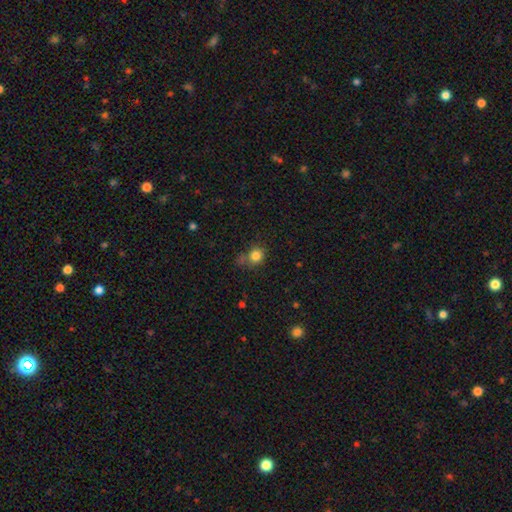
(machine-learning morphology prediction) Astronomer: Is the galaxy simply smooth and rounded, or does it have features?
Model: smooth — 81%.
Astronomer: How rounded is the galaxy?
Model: round — 76%.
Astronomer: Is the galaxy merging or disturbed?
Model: none — 59%.